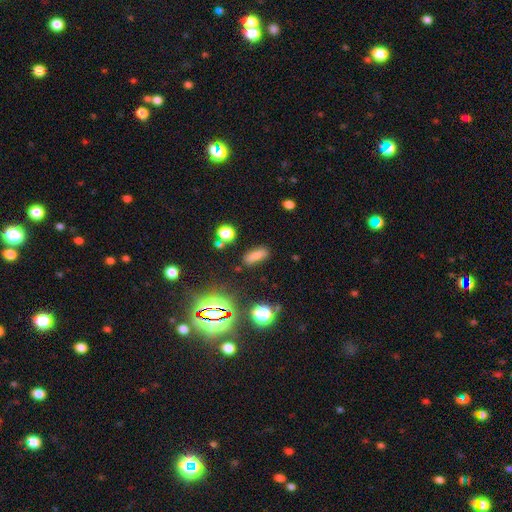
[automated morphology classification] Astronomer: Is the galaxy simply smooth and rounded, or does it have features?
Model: smooth — 73%.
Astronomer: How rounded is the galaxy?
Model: in between — 62%.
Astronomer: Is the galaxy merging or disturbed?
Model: none — 82%.